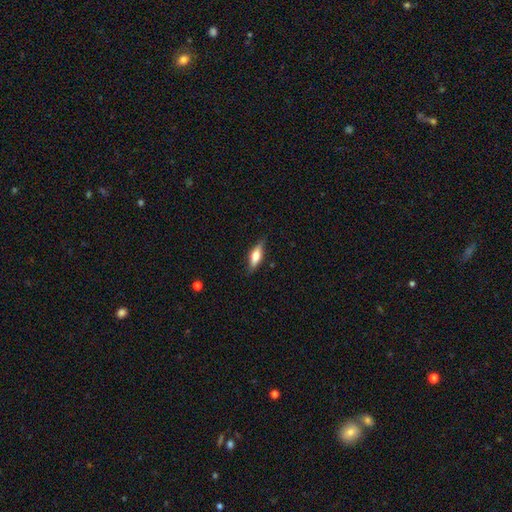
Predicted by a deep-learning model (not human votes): Smooth or featured?
  - smooth: 55% *
  - featured or disk: 39%
  - star or artifact: 6%
How rounded?
  - in between: 55% *
  - cigar-shaped: 42%
  - round: 3%
Merging?
  - none: 81% *
  - minor disturbance: 15%
  - major disturbance: 3%
  - merger: 1%